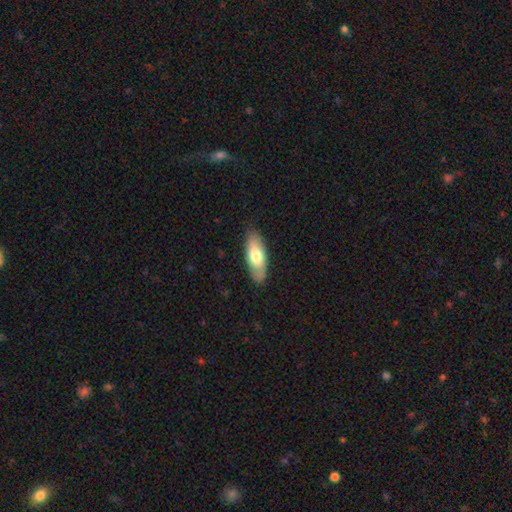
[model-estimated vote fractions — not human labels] Smooth or featured? Predicted: smooth (p=0.66). How rounded? Predicted: in between (p=0.78). Merging? Predicted: none (p=0.82).